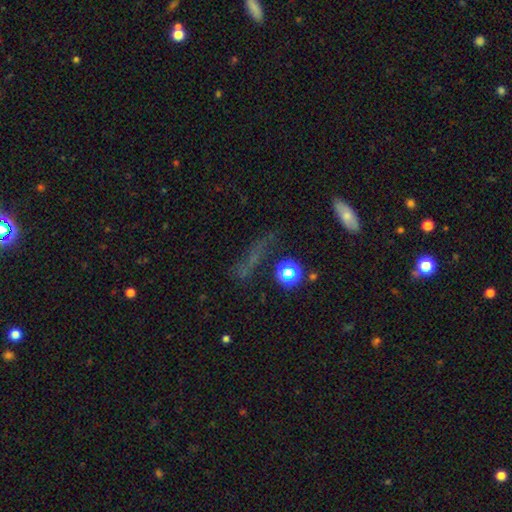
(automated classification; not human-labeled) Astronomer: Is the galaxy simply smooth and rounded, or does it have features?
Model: smooth — 38% (runner-up: star or artifact, 37%).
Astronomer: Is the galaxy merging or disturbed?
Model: none — 60%.